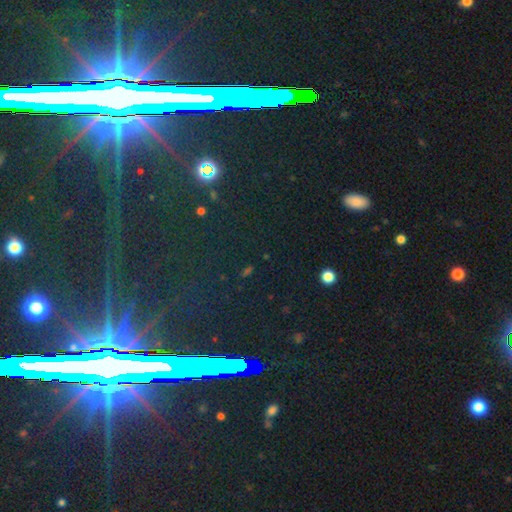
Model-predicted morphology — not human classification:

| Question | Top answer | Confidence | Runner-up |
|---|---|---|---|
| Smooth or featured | star or artifact | 84% | smooth (8%) |